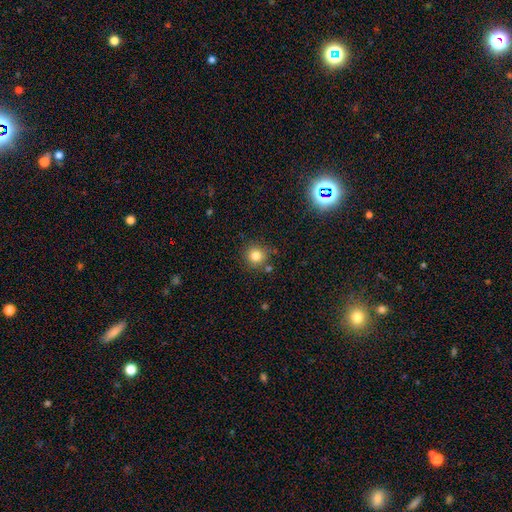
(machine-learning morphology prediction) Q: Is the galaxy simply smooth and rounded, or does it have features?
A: smooth — 81%.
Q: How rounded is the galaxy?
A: round — 93%.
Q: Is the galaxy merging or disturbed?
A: none — 82%.